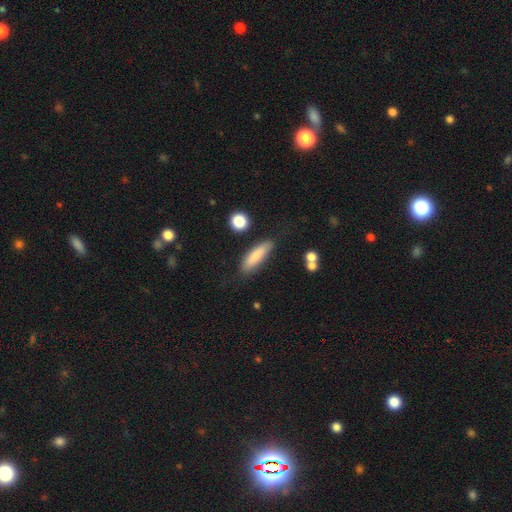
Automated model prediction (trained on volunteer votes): smooth-or-featured: smooth: 77% | featured or disk: 16% | star or artifact: 7%
  how-rounded: cigar-shaped: 62% | in between: 35% | round: 2%
  merging: none: 77% | minor disturbance: 15% | major disturbance: 4% | merger: 4%